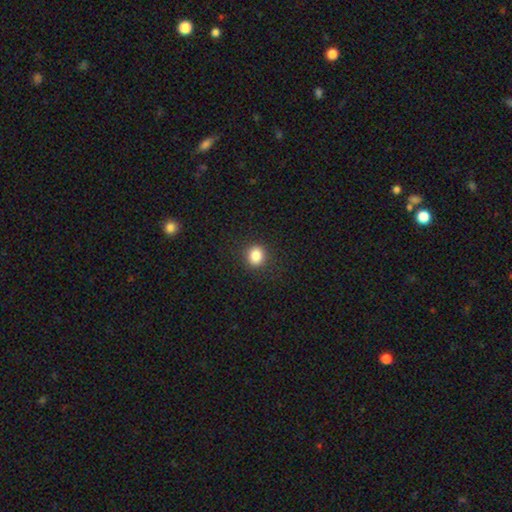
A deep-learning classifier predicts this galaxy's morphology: Smooth or featured: smooth — 85% (star or artifact — 11%)
How rounded: round — 72% (in between — 27%)
Merging: none — 90% (minor disturbance — 7%)